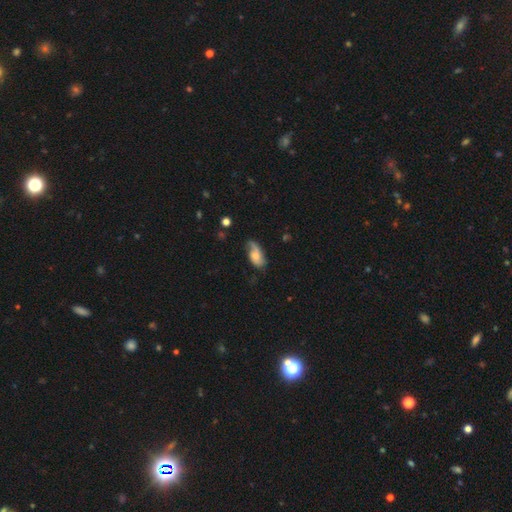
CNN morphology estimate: Q: Smooth or featured?
A: featured or disk (47%); runner-up: smooth (46%)
Q: Merging?
A: none (51%); runner-up: minor disturbance (31%)